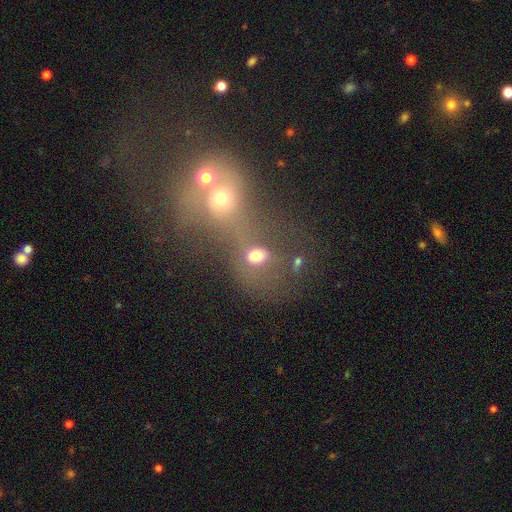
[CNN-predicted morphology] smooth_or_featured: smooth (p=0.66) [alt: star or artifact p=0.20]
how_rounded: in between (p=0.55) [alt: round p=0.42]
merging: merger (p=0.46) [alt: none p=0.34]